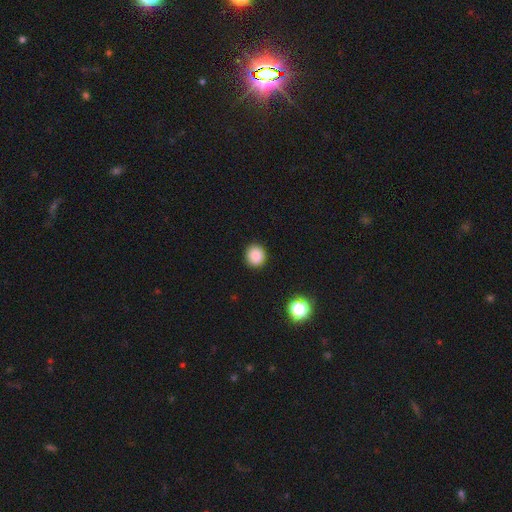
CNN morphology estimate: Smooth or featured? Predicted: smooth (p=0.87). How rounded? Predicted: round (p=0.87). Merging? Predicted: none (p=0.91).